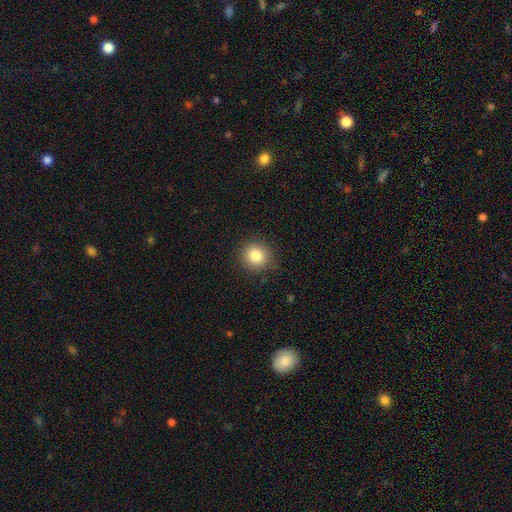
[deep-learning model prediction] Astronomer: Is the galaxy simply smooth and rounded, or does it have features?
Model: smooth — 83%.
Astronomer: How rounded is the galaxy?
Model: round — 89%.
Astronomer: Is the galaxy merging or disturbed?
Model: none — 89%.